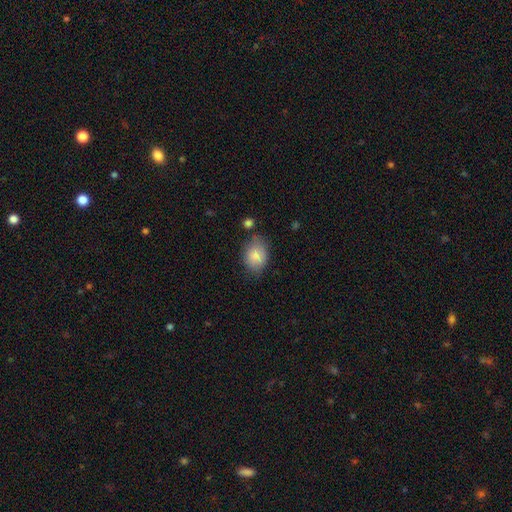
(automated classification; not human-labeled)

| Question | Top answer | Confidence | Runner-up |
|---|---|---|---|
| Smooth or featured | smooth | 81% | featured or disk (11%) |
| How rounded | in between | 68% | round (31%) |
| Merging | none | 66% | minor disturbance (24%) |